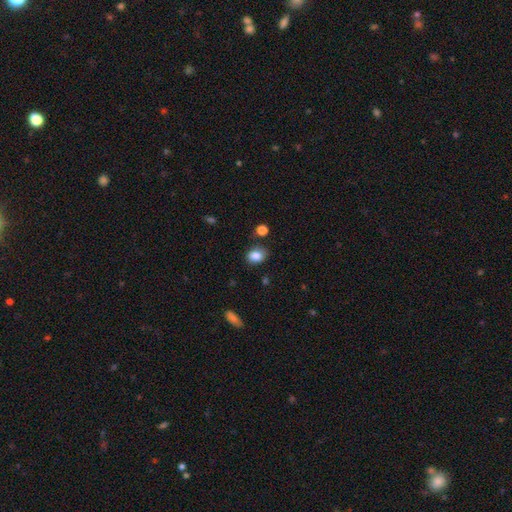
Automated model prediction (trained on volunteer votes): smooth-or-featured: smooth: 84% | star or artifact: 10% | featured or disk: 6%
  how-rounded: in between: 61% | round: 38% | cigar-shaped: 1%
  merging: none: 78% | minor disturbance: 14% | merger: 4% | major disturbance: 3%